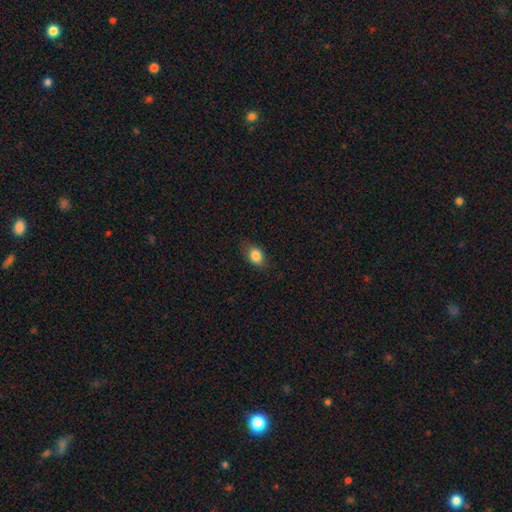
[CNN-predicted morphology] Overall: smooth (84%). How rounded: in between (68%; round 30%). Merging: none (78%).